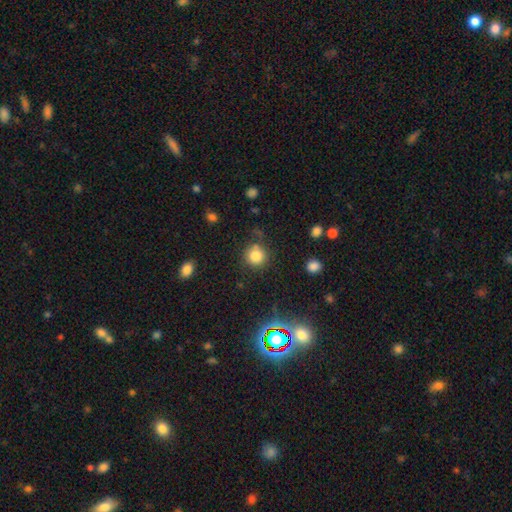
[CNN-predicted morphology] smooth_or_featured: smooth (p=0.81) [alt: star or artifact p=0.13]
how_rounded: round (p=0.91) [alt: in between p=0.08]
merging: none (p=0.78) [alt: minor disturbance p=0.13]